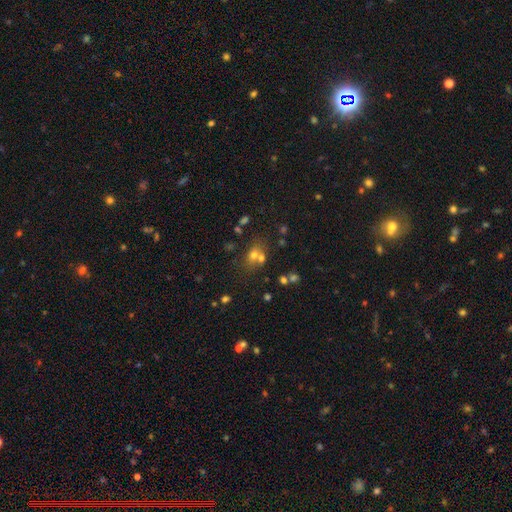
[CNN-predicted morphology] smooth-or-featured: smooth: 62% | star or artifact: 21% | featured or disk: 17%
  how-rounded: round: 55% | in between: 43% | cigar-shaped: 1%
  merging: none: 44% | merger: 40% | minor disturbance: 10% | major disturbance: 5%